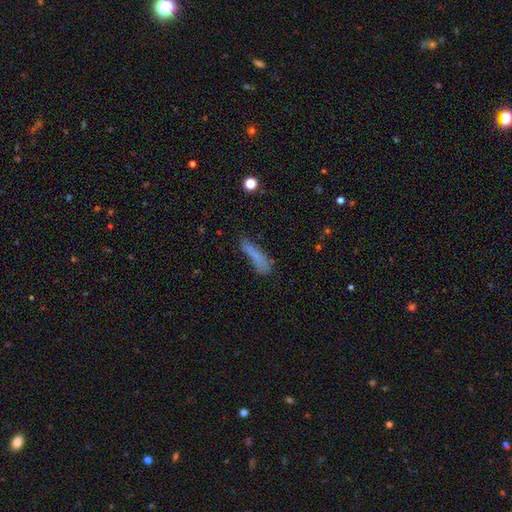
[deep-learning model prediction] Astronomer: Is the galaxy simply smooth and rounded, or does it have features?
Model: smooth — 72%.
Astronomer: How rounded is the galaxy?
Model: cigar-shaped — 81%.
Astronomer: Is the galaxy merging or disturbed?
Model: none — 59%.